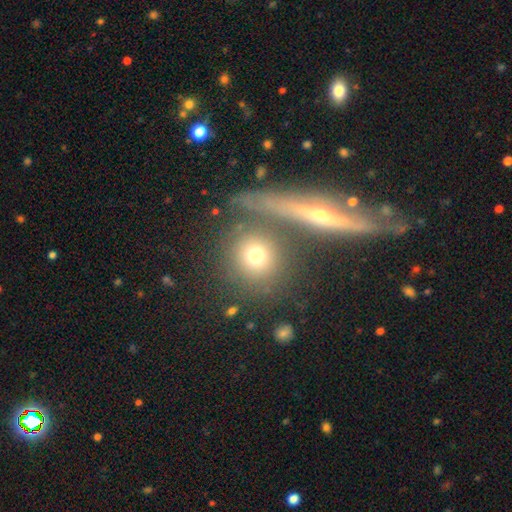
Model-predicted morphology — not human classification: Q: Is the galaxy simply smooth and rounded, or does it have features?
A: smooth — 69%.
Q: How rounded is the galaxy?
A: round — 87%.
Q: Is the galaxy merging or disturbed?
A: none — 64%.